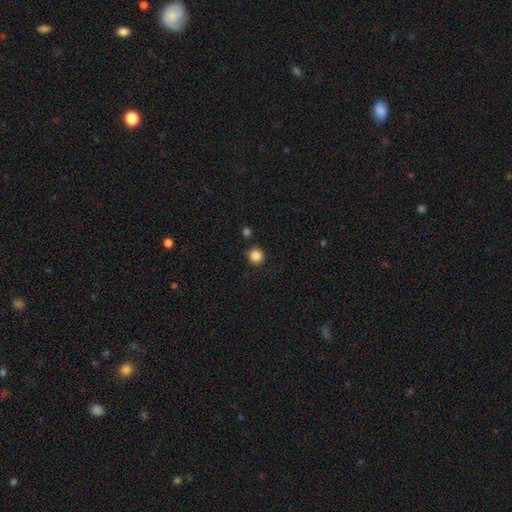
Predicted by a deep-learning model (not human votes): smooth 85%, star or artifact 11%, featured or disk 4%. Down the decision tree: how rounded — round (92%); merging — none (87%).